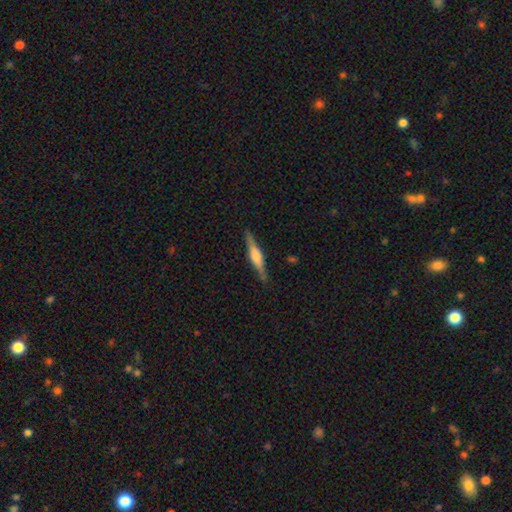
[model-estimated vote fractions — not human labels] This is likely a featured or disk galaxy (70%). It is clearly viewed edge-on (98%). Edge-on bulge: likely rounded (66%). Merging: clearly none (89%).